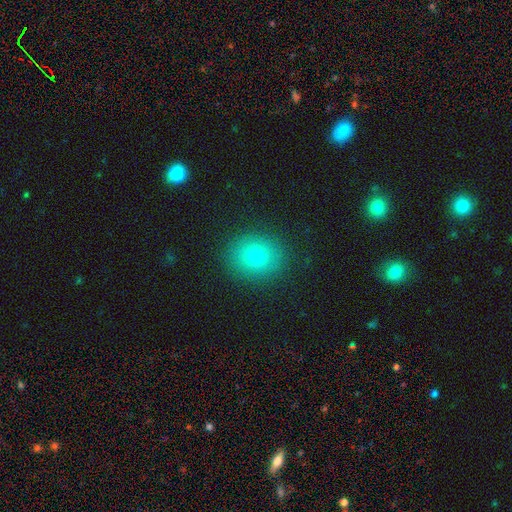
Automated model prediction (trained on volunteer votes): This appears to be a smooth galaxy with no disk features (75%) that is round (71%). Merging: none (87%).